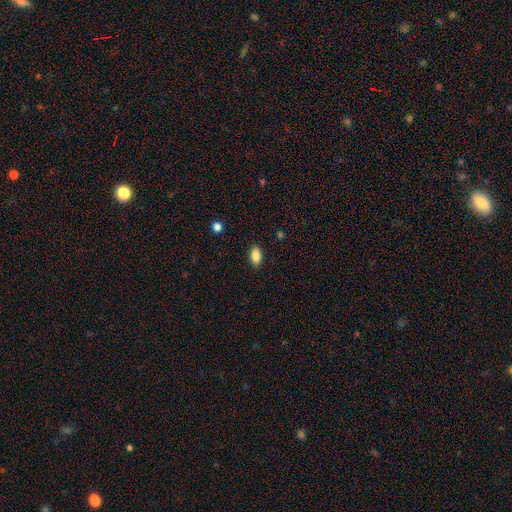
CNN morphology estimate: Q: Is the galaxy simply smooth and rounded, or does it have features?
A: smooth — 87%.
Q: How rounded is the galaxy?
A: in between — 91%.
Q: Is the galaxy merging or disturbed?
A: none — 88%.